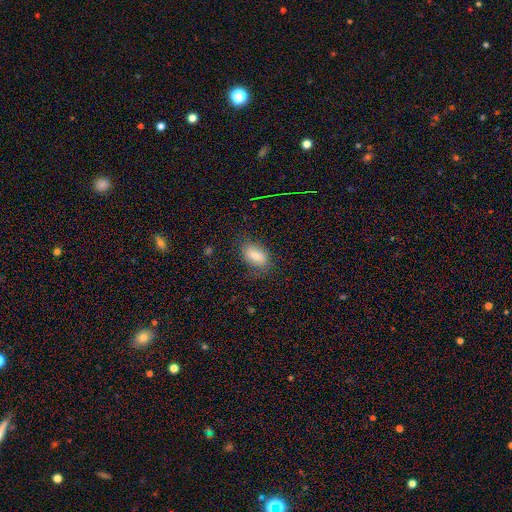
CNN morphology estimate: smooth-or-featured: smooth: 82% | featured or disk: 10% | star or artifact: 8%
  how-rounded: in between: 90% | round: 7% | cigar-shaped: 3%
  merging: none: 75% | minor disturbance: 18% | major disturbance: 6% | merger: 1%